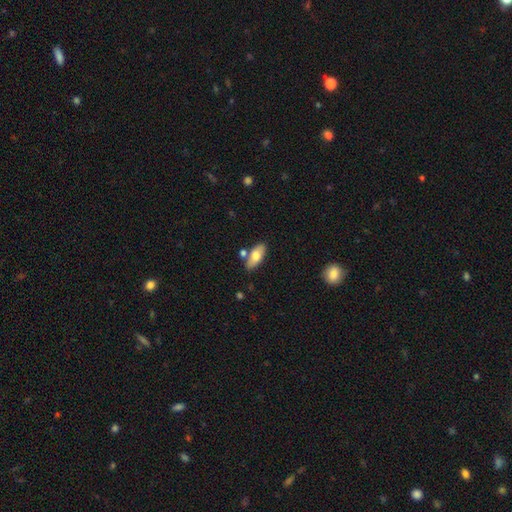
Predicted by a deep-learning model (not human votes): Smooth or featured: smooth — 69% (featured or disk — 25%)
How rounded: in between — 85% (cigar-shaped — 12%)
Merging: none — 74% (minor disturbance — 12%)